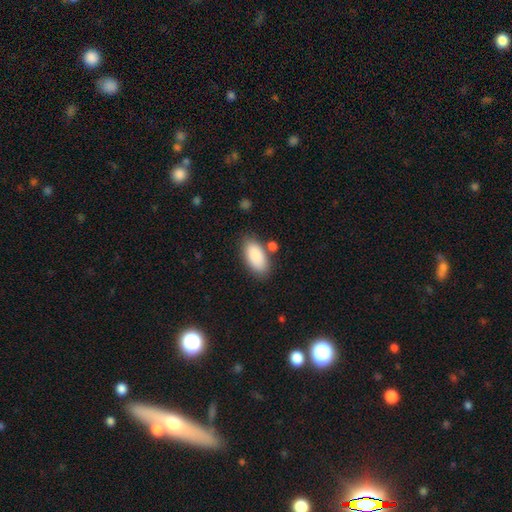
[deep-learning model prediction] The model was most divided on "merging": none: 75%, minor disturbance: 13%, merger: 9%, major disturbance: 4%. More confident: how rounded — in between (92%); smooth or featured — smooth (88%).